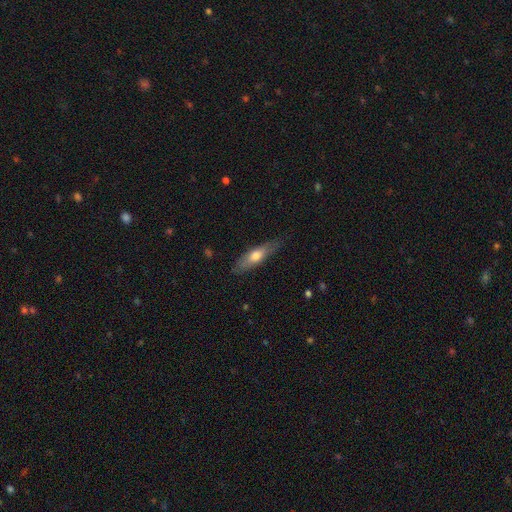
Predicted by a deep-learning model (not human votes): Overall: smooth (59%; featured or disk 35%). How rounded: cigar-shaped (61%; in between 37%). Merging: none (81%).